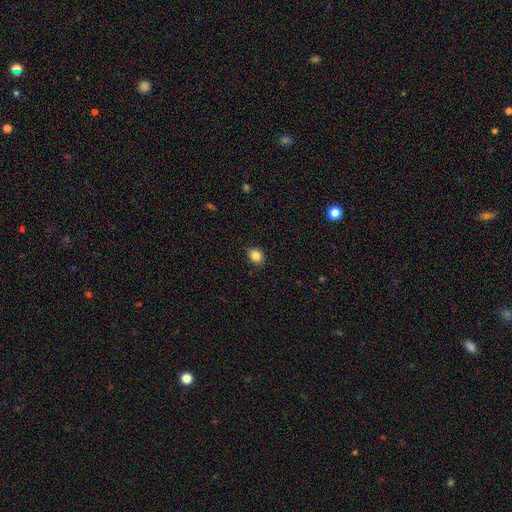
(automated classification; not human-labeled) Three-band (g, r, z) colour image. It shows a smooth galaxy with no disk features (85%) that is round (58%). Merging: none (88%).